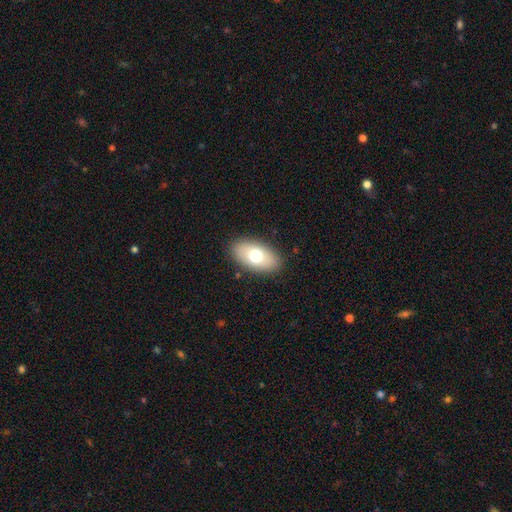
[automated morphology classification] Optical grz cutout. It shows a smooth galaxy with no disk features (71%) that is in between round and cigar-shaped (93%). Merging: none (87%).